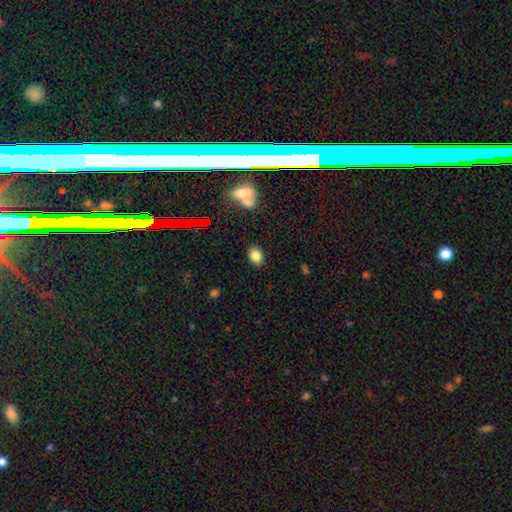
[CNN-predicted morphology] Smooth or featured: smooth — 81% (star or artifact — 11%)
How rounded: in between — 77% (round — 22%)
Merging: none — 85% (minor disturbance — 10%)